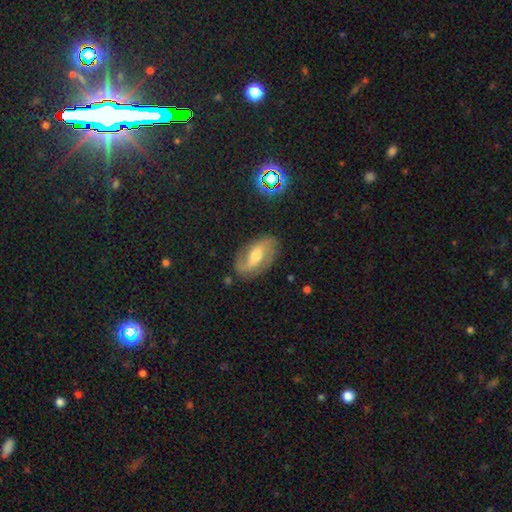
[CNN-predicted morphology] featured or disk 76%, smooth 16%, star or artifact 8%. Down the decision tree: edge-on disk — no (95%); bar — weak (44%); spiral arms — yes (90%); spiral arm count — 2 (84%); spiral winding — medium (42%); bulge size — moderate (63%); merging — none (79%).